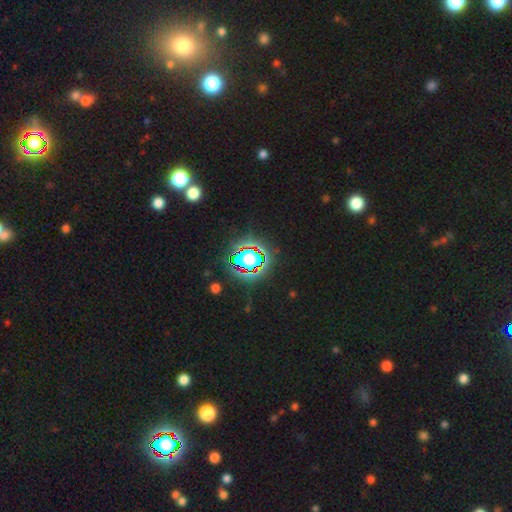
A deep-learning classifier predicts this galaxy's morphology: Smooth or featured?
  - star or artifact: 79% *
  - smooth: 13%
  - featured or disk: 8%